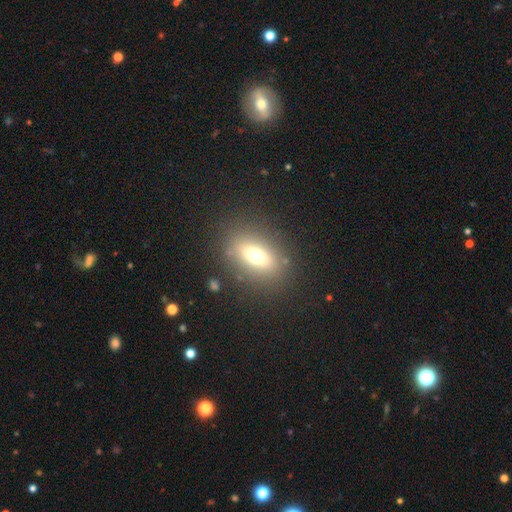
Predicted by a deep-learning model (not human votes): smooth_or_featured: smooth (p=0.67) [alt: featured or disk p=0.19]
how_rounded: in between (p=0.72) [alt: round p=0.22]
merging: none (p=0.83) [alt: minor disturbance p=0.10]